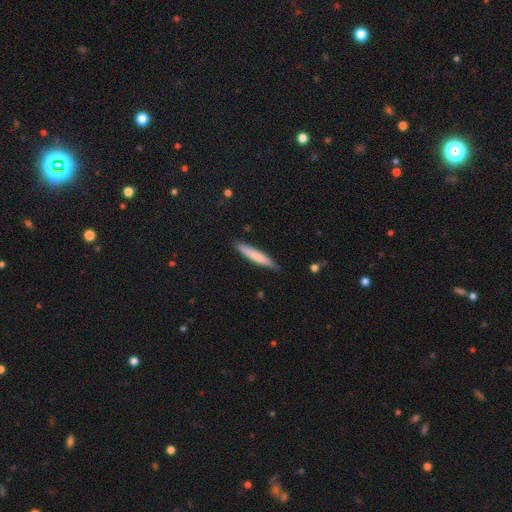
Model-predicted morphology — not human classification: smooth-or-featured: smooth: 74% | featured or disk: 21% | star or artifact: 5%
  how-rounded: cigar-shaped: 92% | in between: 7% | round: 1%
  merging: none: 82% | minor disturbance: 14% | major disturbance: 2% | merger: 1%